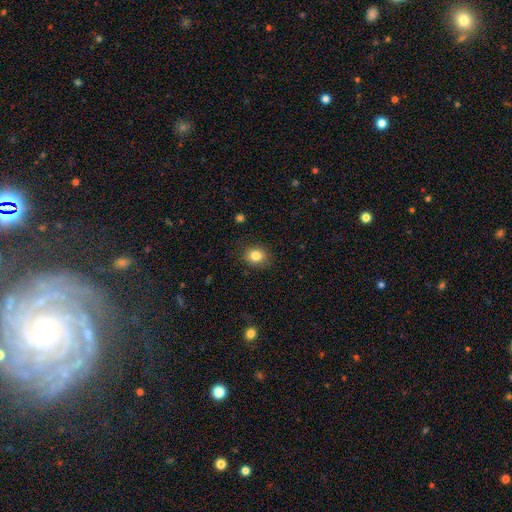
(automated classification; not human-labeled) smooth-or-featured: smooth: 83% | star or artifact: 11% | featured or disk: 6%
  how-rounded: round: 65% | in between: 34% | cigar-shaped: 1%
  merging: none: 88% | minor disturbance: 9% | major disturbance: 2% | merger: 1%